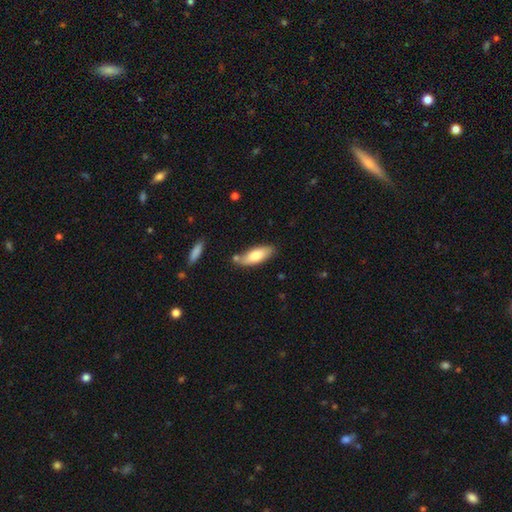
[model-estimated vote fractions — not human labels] Q: Smooth or featured?
A: smooth (75%); runner-up: featured or disk (19%)
Q: How rounded?
A: in between (70%); runner-up: cigar-shaped (28%)
Q: Merging?
A: none (72%); runner-up: minor disturbance (16%)